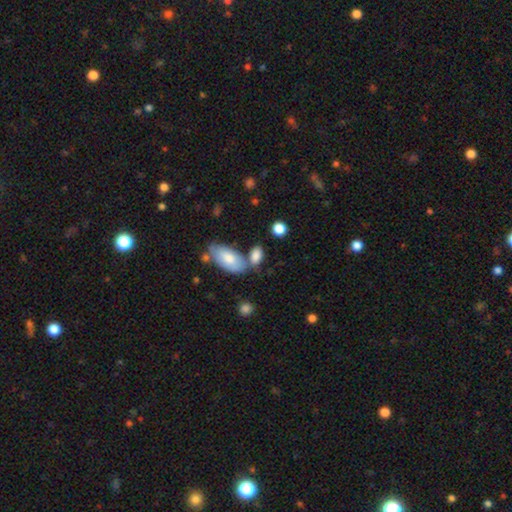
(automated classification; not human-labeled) A smooth galaxy with no disk features (82%) that is in between round and cigar-shaped (86%). Merging: none (51%).